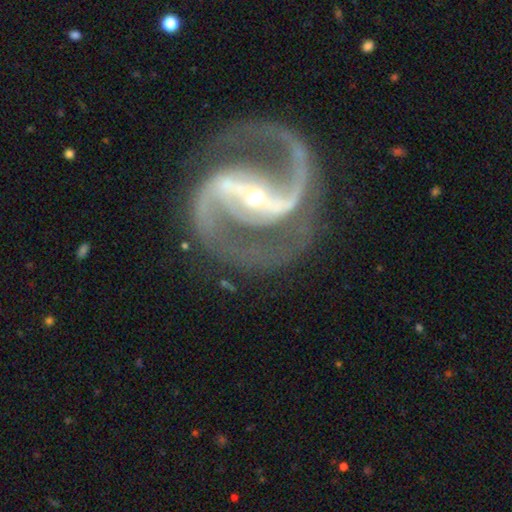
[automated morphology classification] A featured or disk galaxy (94%) with a strong bar (72%), 2 (94%) medium (67%) spiral arms (99%) and a small central bulge (75%). Merging: none (81%).